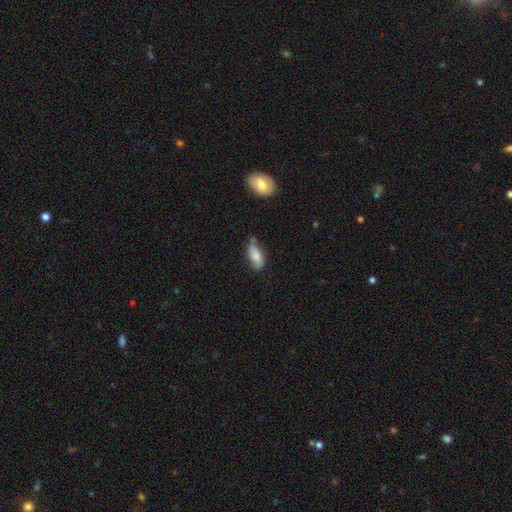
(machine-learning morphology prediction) Q: Smooth or featured?
A: smooth (80%); runner-up: featured or disk (12%)
Q: How rounded?
A: in between (84%); runner-up: cigar-shaped (13%)
Q: Merging?
A: none (54%); runner-up: minor disturbance (32%)